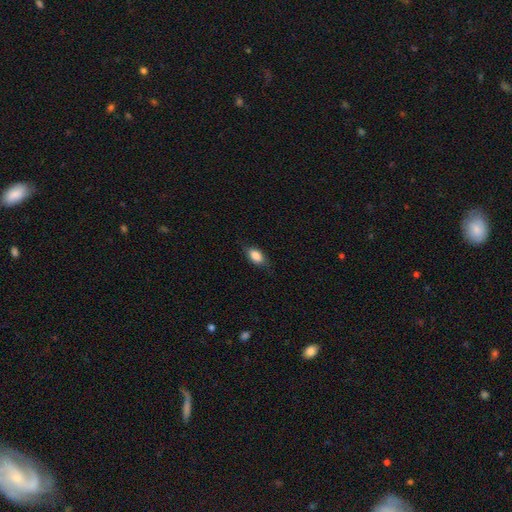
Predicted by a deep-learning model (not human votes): The model was most divided on "merging": none: 75%, minor disturbance: 19%, major disturbance: 5%, merger: 1%. More confident: how rounded — in between (85%); smooth or featured — smooth (83%).